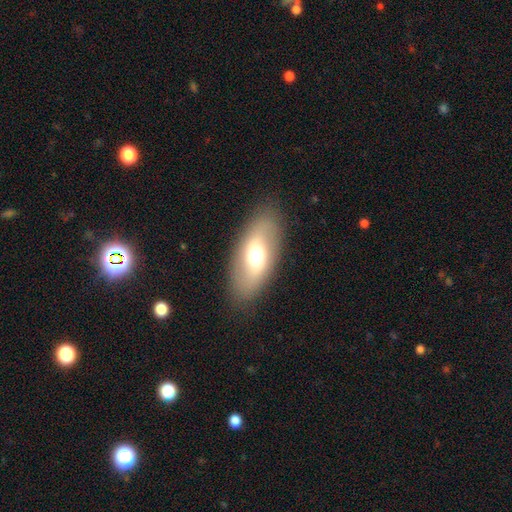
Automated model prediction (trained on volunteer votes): Smooth or featured: smooth — 53% (featured or disk — 39%)
How rounded: in between — 87% (cigar-shaped — 7%)
Merging: none — 85% (minor disturbance — 10%)